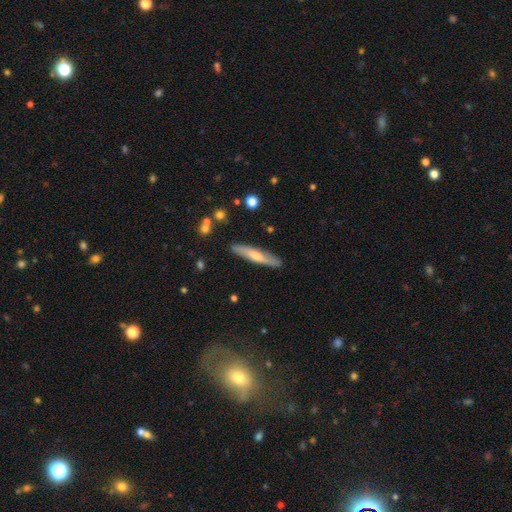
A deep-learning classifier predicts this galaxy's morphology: smooth-or-featured: smooth: 55% | featured or disk: 39% | star or artifact: 6%
  how-rounded: cigar-shaped: 89% | in between: 9% | round: 2%
  merging: none: 87% | minor disturbance: 9% | major disturbance: 2% | merger: 2%